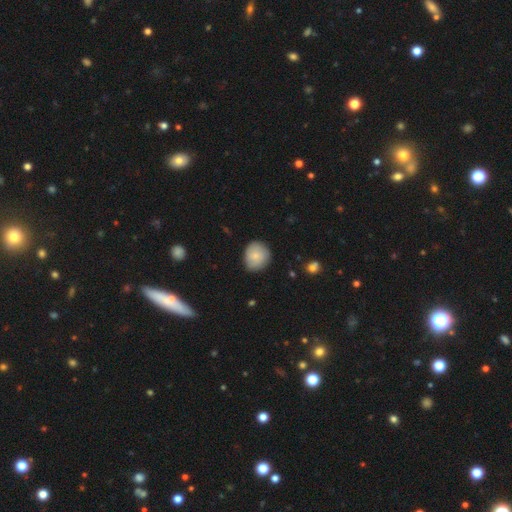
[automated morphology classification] This is likely a smooth galaxy (77%). How rounded: clearly round (80%). Merging: likely none (80%).